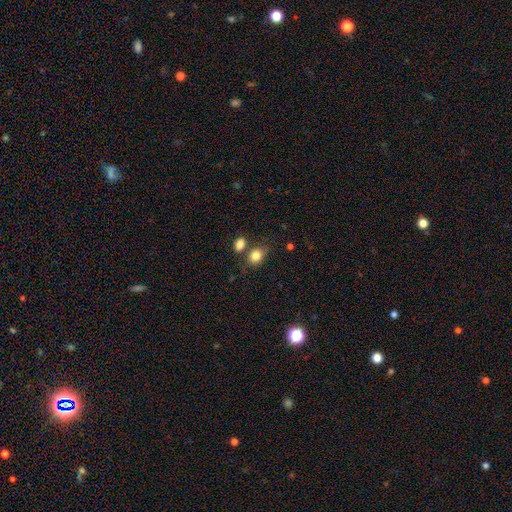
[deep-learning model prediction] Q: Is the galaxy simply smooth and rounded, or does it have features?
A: smooth — 84%.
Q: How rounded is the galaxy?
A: in between — 56%.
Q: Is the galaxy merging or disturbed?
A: none — 61%.